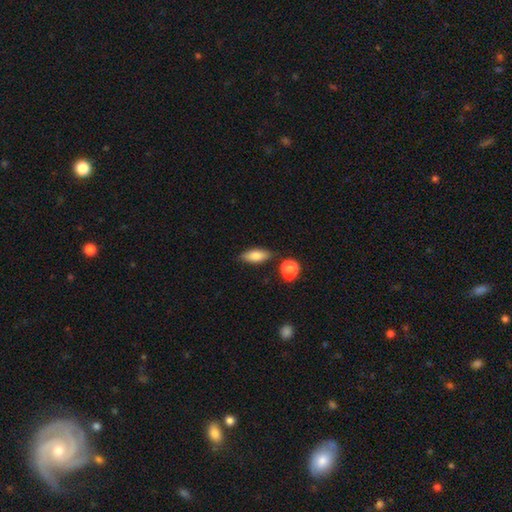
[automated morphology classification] smooth 78%, featured or disk 15%, star or artifact 8%. Down the decision tree: how rounded — in between (77%); merging — none (76%).